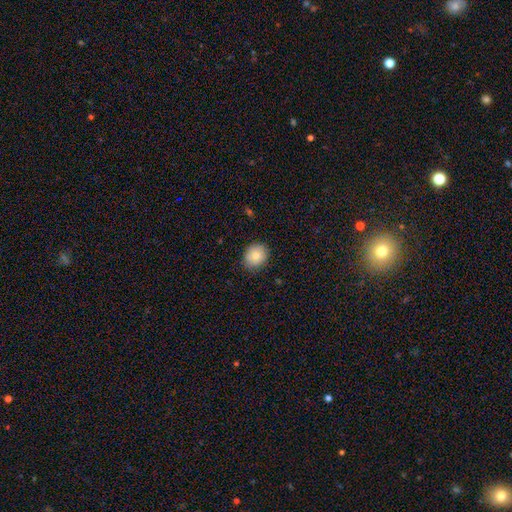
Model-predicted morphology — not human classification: A smooth galaxy with no disk features (80%) that is round (73%).

Vote fractions:
- Smooth or featured? smooth: 80% / featured or disk: 11% / star or artifact: 9%
- How rounded? round: 73% / in between: 26% / cigar-shaped: 1%
- Merging? none: 86% / minor disturbance: 11% / major disturbance: 2% / merger: 1%